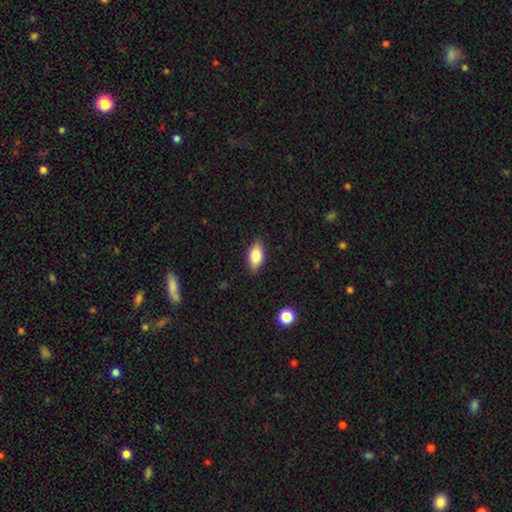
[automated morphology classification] A smooth galaxy with no disk features (78%) that is in between round and cigar-shaped (87%).

Vote fractions:
- Smooth or featured? smooth: 78% / featured or disk: 15% / star or artifact: 7%
- How rounded? in between: 87% / cigar-shaped: 9% / round: 4%
- Merging? none: 86% / minor disturbance: 11% / major disturbance: 2% / merger: 1%